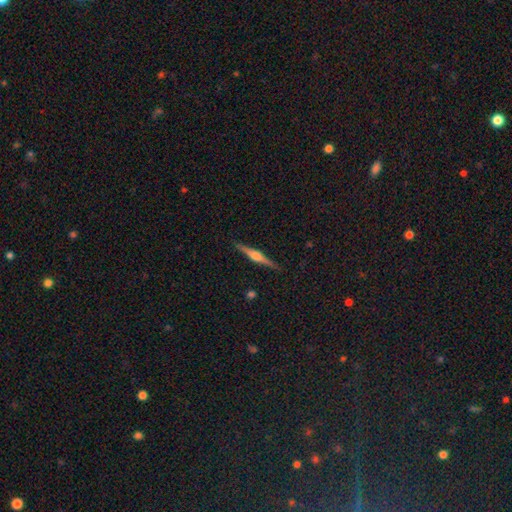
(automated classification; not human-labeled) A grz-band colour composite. It shows a featured or disk galaxy (76%) viewed edge-on (98%) with a rounded central bulge (89%). Merging: none (90%).